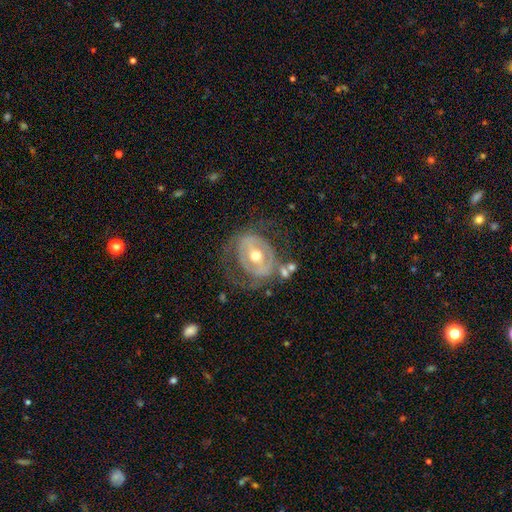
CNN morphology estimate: type=featured or disk (74%); edge-on=no (95%); bar=no (38%); spiral arms=no (53%); bulge=moderate (74%); merging=none (54%).